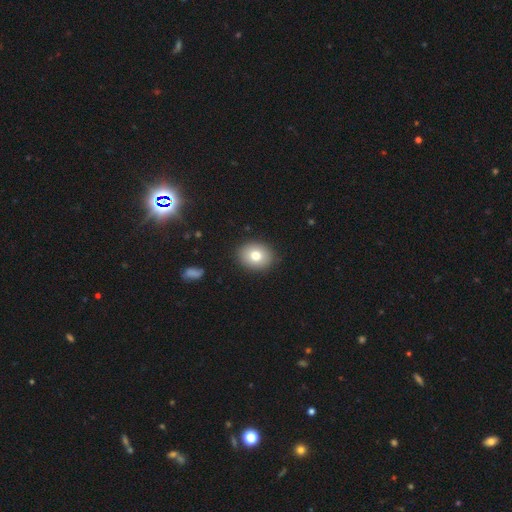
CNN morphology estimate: smooth-or-featured: smooth: 78% | featured or disk: 13% | star or artifact: 9%
  how-rounded: round: 59% | in between: 40% | cigar-shaped: 1%
  merging: none: 89% | minor disturbance: 8% | major disturbance: 2% | merger: 1%